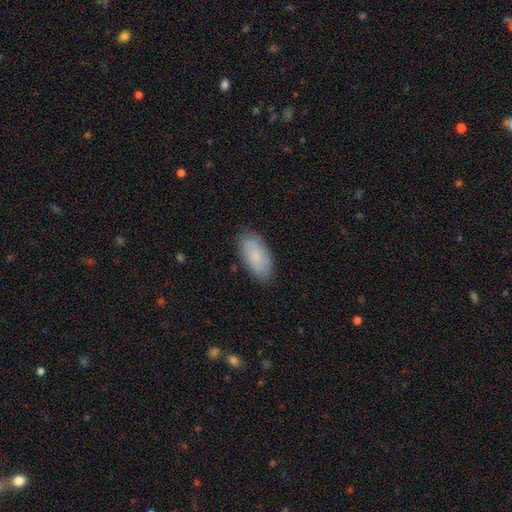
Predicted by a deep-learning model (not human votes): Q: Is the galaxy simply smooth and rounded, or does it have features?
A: smooth — 80%.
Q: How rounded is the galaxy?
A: in between — 93%.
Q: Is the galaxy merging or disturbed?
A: none — 85%.